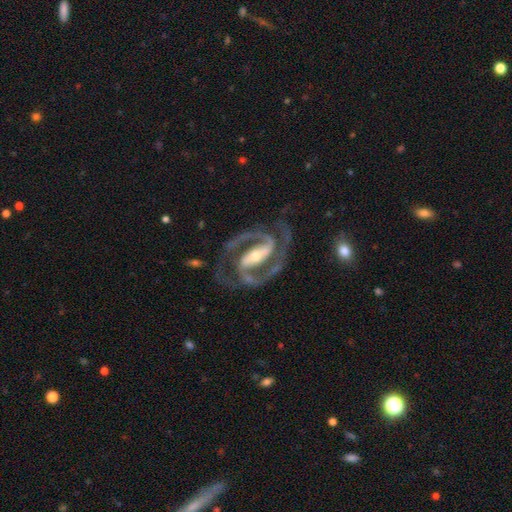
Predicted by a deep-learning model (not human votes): Overall: featured or disk (94%). Edge-on disk: no (97%). Bar: strong (72%). Spiral arms: yes (98%). Spiral arm count: 2 (93%). Spiral winding: medium (54%; tight 38%). Bulge size: small (53%; moderate 41%). Merging: none (77%).